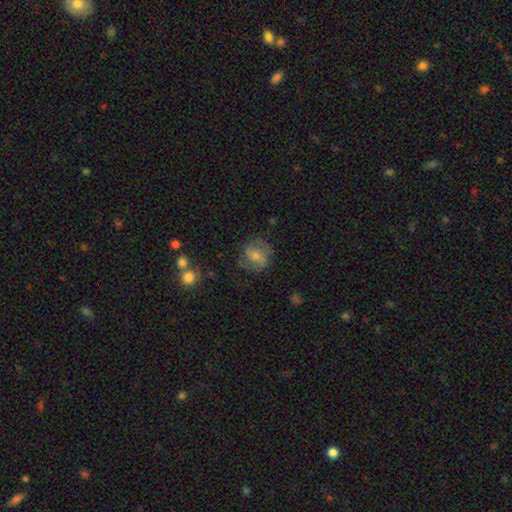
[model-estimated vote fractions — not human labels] smooth_or_featured: smooth (p=0.46) [alt: featured or disk p=0.44]
merging: none (p=0.70) [alt: minor disturbance p=0.19]